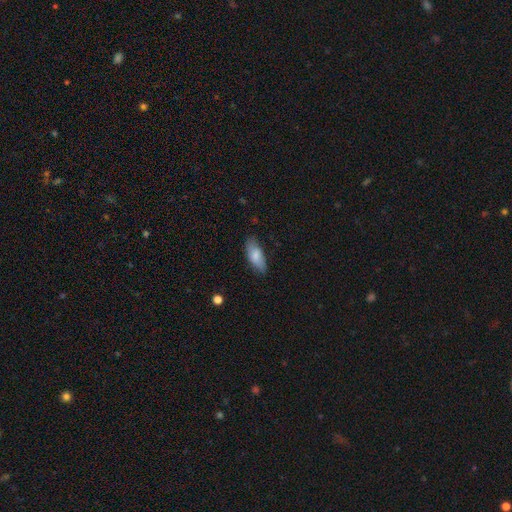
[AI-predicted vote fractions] Overall: smooth (78%). How rounded: in between (79%). Merging: none (78%).